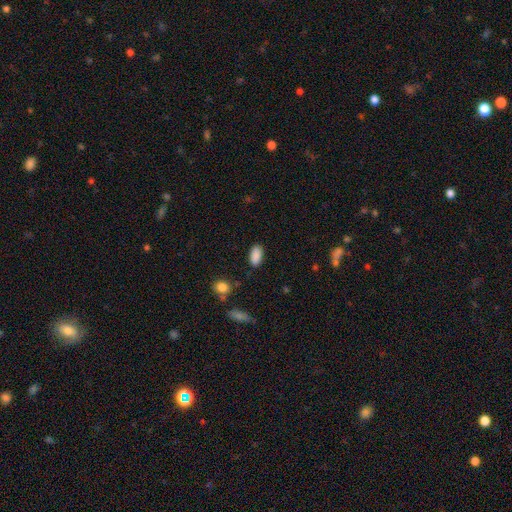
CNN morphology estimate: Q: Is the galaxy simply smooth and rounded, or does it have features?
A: smooth — 89%.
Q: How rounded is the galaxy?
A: in between — 93%.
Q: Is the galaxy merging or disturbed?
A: none — 86%.